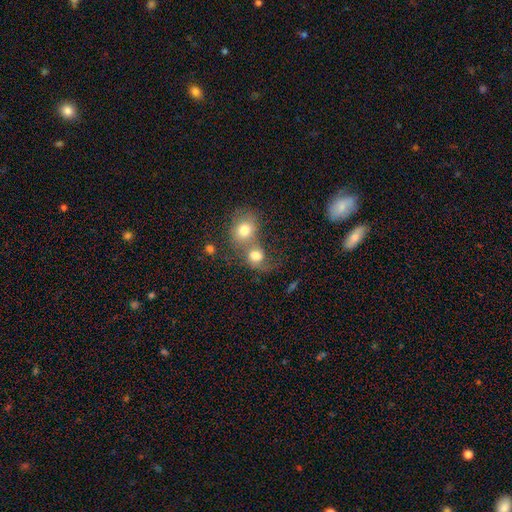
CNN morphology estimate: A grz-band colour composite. It shows a smooth galaxy with no disk features (69%) that is round (60%). Merging: merger (64%).